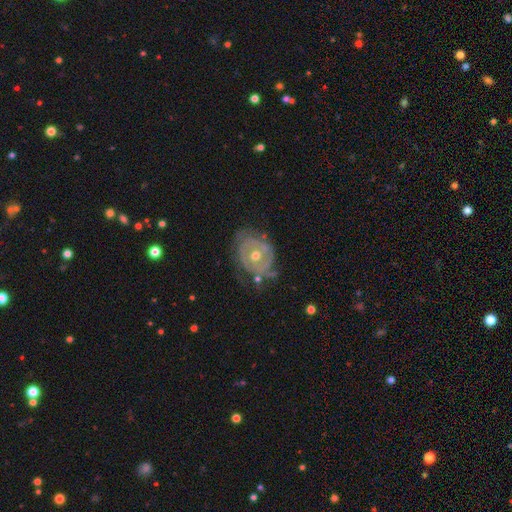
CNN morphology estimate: This appears to be a featured or disk galaxy (80%) with no bar (75%), tight (66%) spiral arms (77%) and a moderate central bulge (71%). Merging: none (56%).